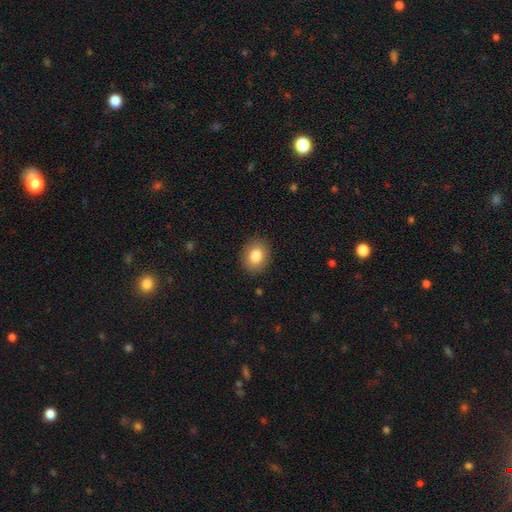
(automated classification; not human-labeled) A smooth galaxy with no disk features (82%) that is round (55%).

Vote fractions:
- Smooth or featured? smooth: 82% / star or artifact: 9% / featured or disk: 9%
- How rounded? round: 55% / in between: 44% / cigar-shaped: 1%
- Merging? none: 89% / minor disturbance: 7% / major disturbance: 2% / merger: 1%